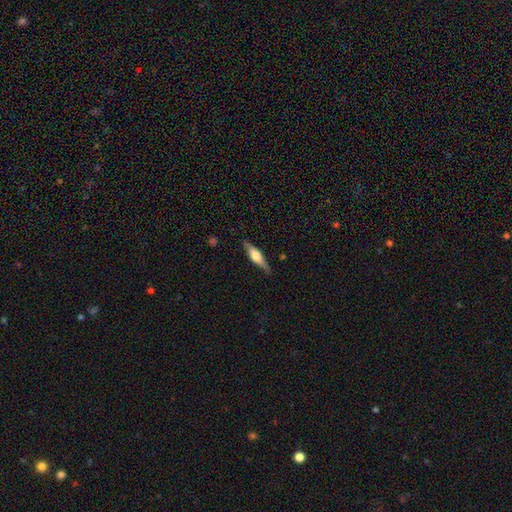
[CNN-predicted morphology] A featured or disk galaxy (54%) viewed edge-on (94%) with a rounded central bulge (80%).

Vote fractions:
- Smooth or featured? featured or disk: 54% / smooth: 41% / star or artifact: 6%
- Edge-on disk? yes: 94% / no: 6%
- Edge-on bulge? rounded: 80% / boxy: 16% / none: 4%
- Merging? none: 82% / minor disturbance: 14% / major disturbance: 3% / merger: 1%